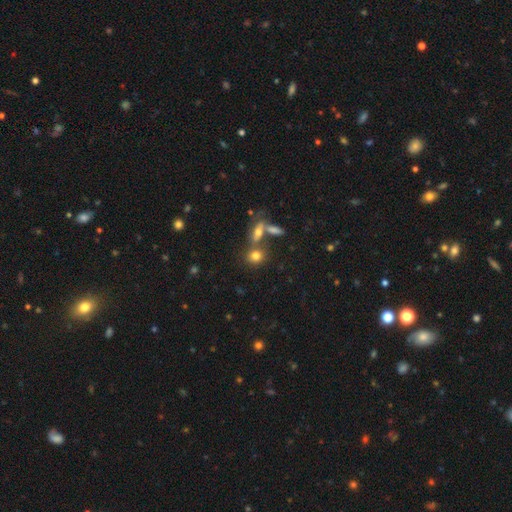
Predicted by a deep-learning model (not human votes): Smooth or featured: smooth — 73% (featured or disk — 13%)
How rounded: round — 60% (in between — 35%)
Merging: none — 53% (merger — 30%)